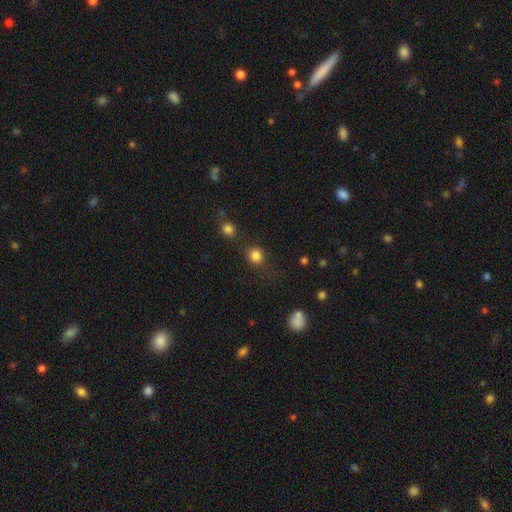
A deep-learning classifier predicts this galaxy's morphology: Overall: smooth (82%). How rounded: round (85%). Merging: none (75%).